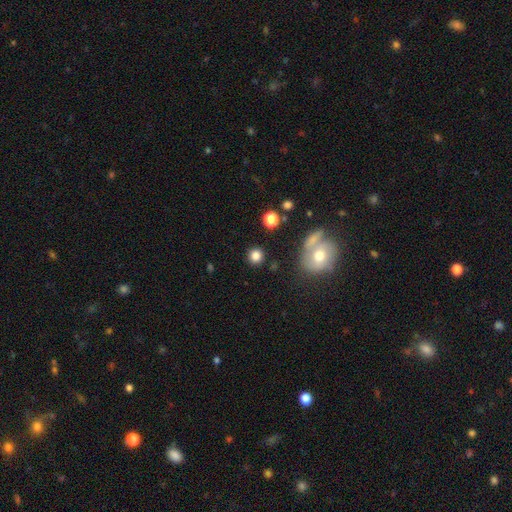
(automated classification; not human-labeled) smooth-or-featured: smooth: 82% | star or artifact: 12% | featured or disk: 6%
  how-rounded: round: 91% | in between: 8% | cigar-shaped: 1%
  merging: none: 86% | minor disturbance: 7% | merger: 5% | major disturbance: 3%